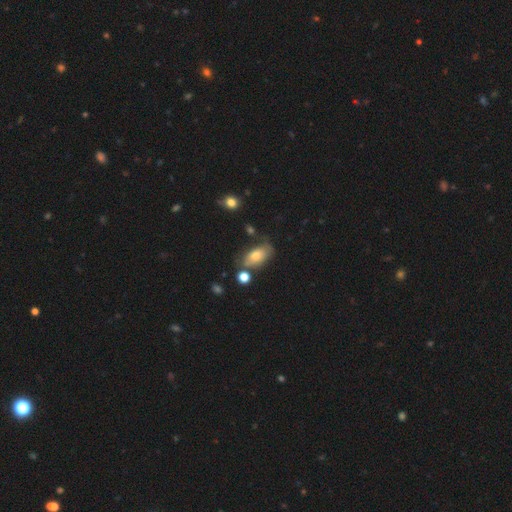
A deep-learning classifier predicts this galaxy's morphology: smooth 69%, featured or disk 22%, star or artifact 9%. Down the decision tree: how rounded — in between (90%); merging — none (56%).